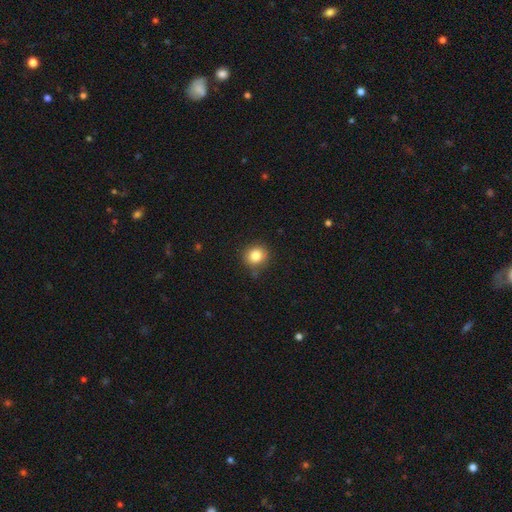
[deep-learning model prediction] Smooth or featured? smooth (83%)
How rounded? round (86%)
Merging? none (84%)